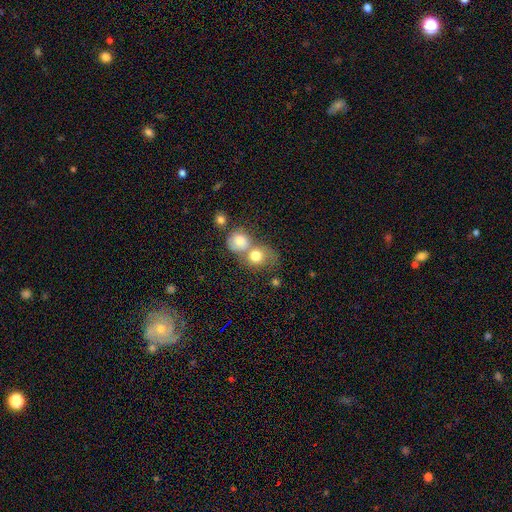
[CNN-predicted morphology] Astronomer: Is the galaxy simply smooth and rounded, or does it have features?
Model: smooth — 75%.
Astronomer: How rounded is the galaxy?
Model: round — 72%.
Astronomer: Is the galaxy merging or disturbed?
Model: merger — 61%.